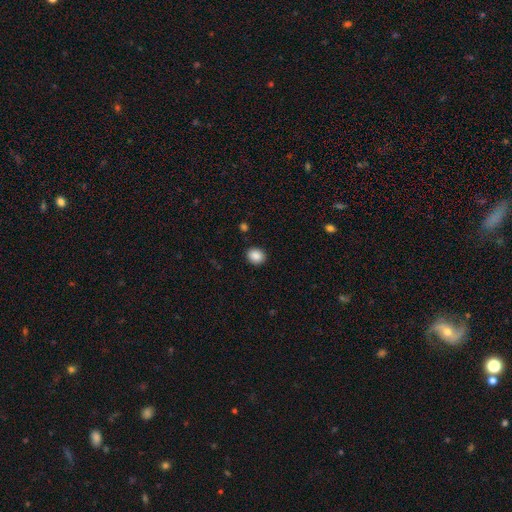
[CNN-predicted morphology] smooth-or-featured: smooth: 88% | star or artifact: 9% | featured or disk: 3%
  how-rounded: round: 66% | in between: 33% | cigar-shaped: 1%
  merging: none: 90% | minor disturbance: 7% | major disturbance: 2% | merger: 1%